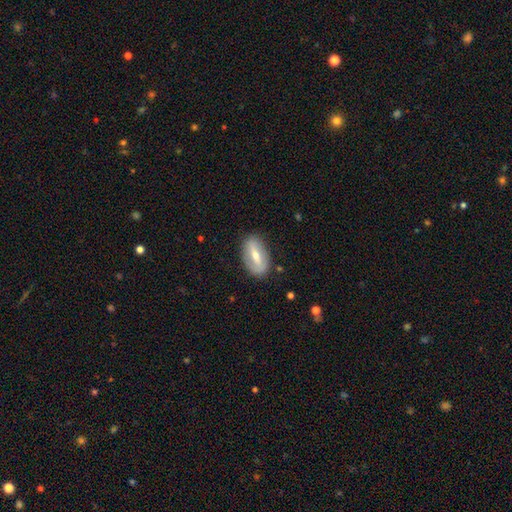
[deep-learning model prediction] Smooth or featured?
  - featured or disk: 60% *
  - smooth: 34%
  - star or artifact: 6%
Edge-on disk?
  - no: 82% *
  - yes: 18%
Merging?
  - none: 84% *
  - minor disturbance: 11%
  - major disturbance: 3%
  - merger: 1%